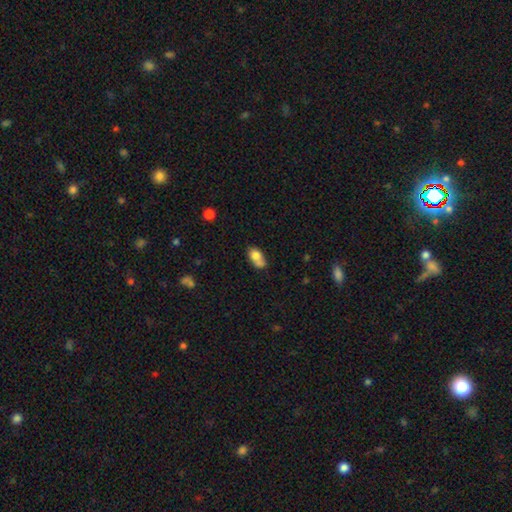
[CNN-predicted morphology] smooth 75%, featured or disk 16%, star or artifact 9%. Down the decision tree: how rounded — in between (78%); merging — merger (38%).